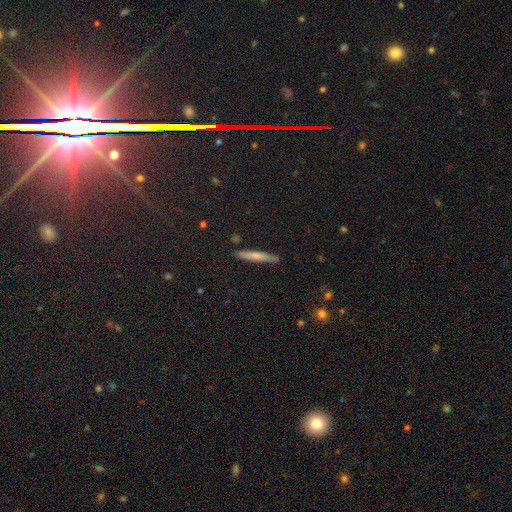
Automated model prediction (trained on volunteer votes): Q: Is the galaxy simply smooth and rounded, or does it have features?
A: smooth — 63%.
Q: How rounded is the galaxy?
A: cigar-shaped — 94%.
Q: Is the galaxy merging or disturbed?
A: none — 88%.